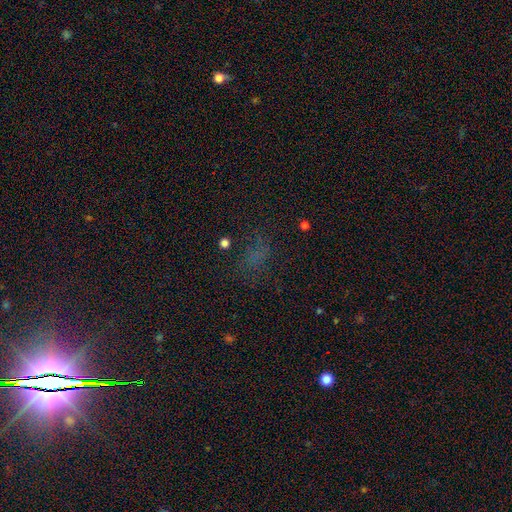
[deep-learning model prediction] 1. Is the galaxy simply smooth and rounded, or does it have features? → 49% smooth, 38% star or artifact, 14% featured or disk.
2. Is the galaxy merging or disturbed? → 59% none, 19% minor disturbance, 19% major disturbance, 3% merger.